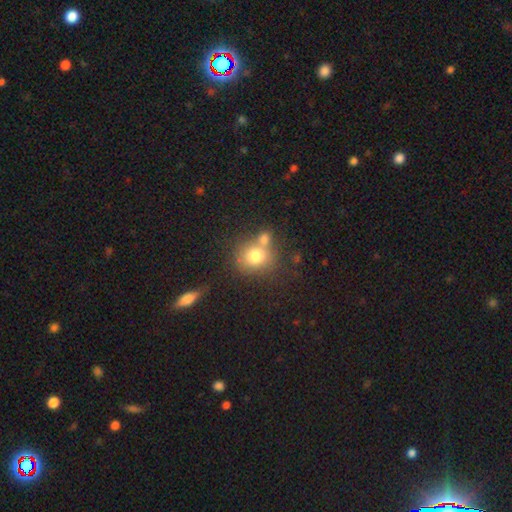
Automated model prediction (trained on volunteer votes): This is likely a smooth galaxy (76%). How rounded: likely round (77%). Merging: possibly none (48%).